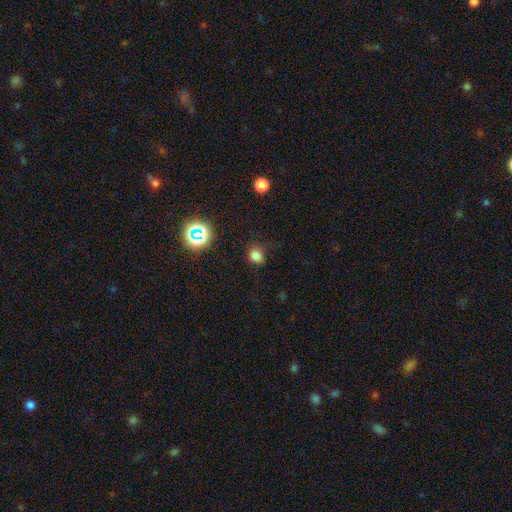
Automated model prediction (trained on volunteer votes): Q: Smooth or featured?
A: smooth (77%); runner-up: star or artifact (18%)
Q: How rounded?
A: round (68%); runner-up: in between (31%)
Q: Merging?
A: none (76%); runner-up: minor disturbance (17%)